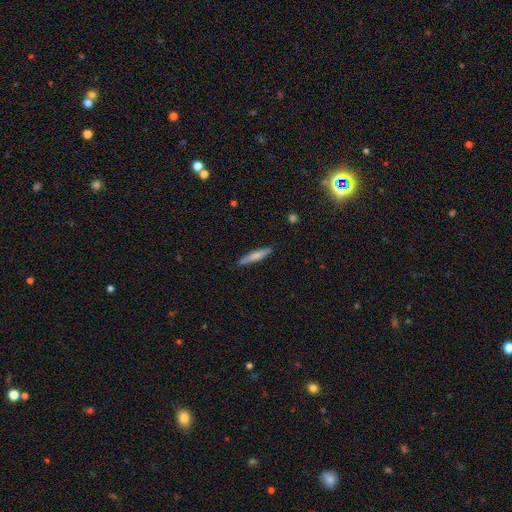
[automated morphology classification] smooth 69%, featured or disk 25%, star or artifact 6%. Down the decision tree: how rounded — cigar-shaped (92%); merging — none (86%).